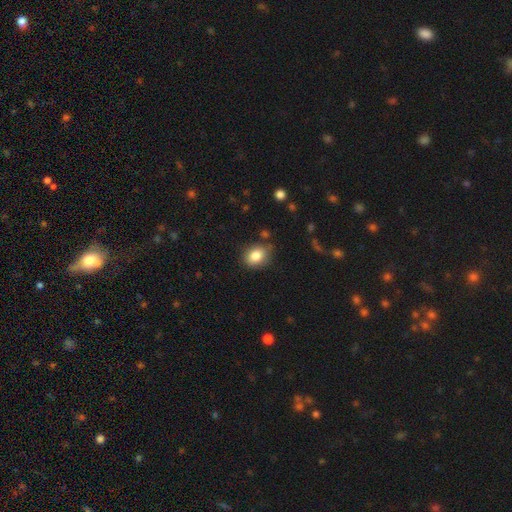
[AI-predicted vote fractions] Smooth or featured: smooth — 83% (star or artifact — 9%)
How rounded: in between — 61% (round — 38%)
Merging: none — 75% (minor disturbance — 18%)